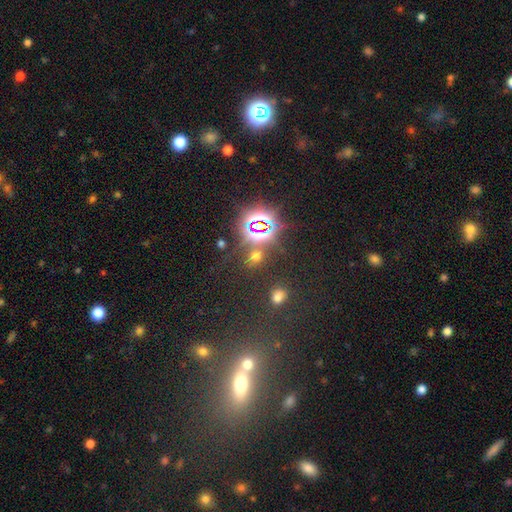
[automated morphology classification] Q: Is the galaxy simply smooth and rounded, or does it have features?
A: star or artifact — 52%.